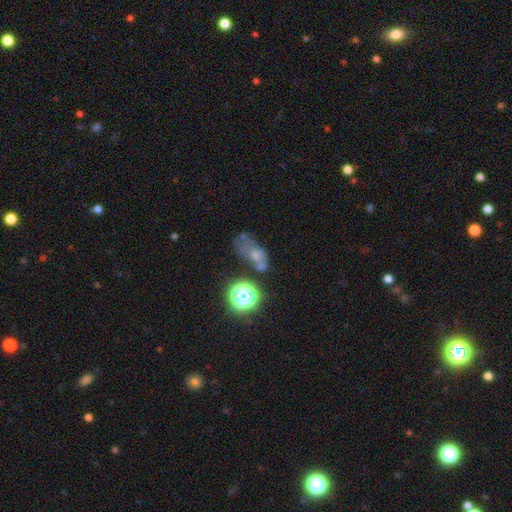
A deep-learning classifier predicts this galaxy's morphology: A smooth galaxy with no disk features (45%).

Vote fractions:
- Smooth or featured? smooth: 45% / star or artifact: 29% / featured or disk: 25%
- Merging? none: 36% / minor disturbance: 22% / major disturbance: 22% / merger: 20%